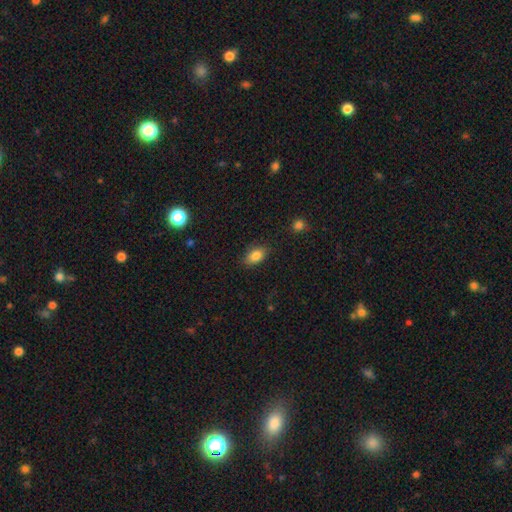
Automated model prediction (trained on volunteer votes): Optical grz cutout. It shows a smooth galaxy with no disk features (84%) that is in between round and cigar-shaped (87%). Merging: none (83%).